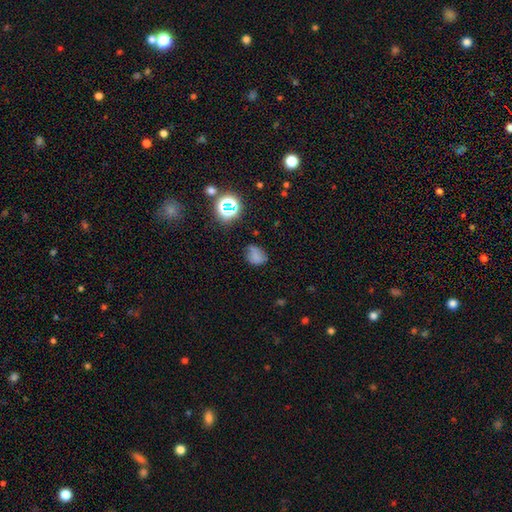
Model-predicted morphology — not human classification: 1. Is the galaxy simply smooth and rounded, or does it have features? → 64% smooth, 21% star or artifact, 15% featured or disk.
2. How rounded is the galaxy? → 55% in between, 44% round, 1% cigar-shaped.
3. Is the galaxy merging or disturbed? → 60% none, 27% minor disturbance, 10% major disturbance, 3% merger.